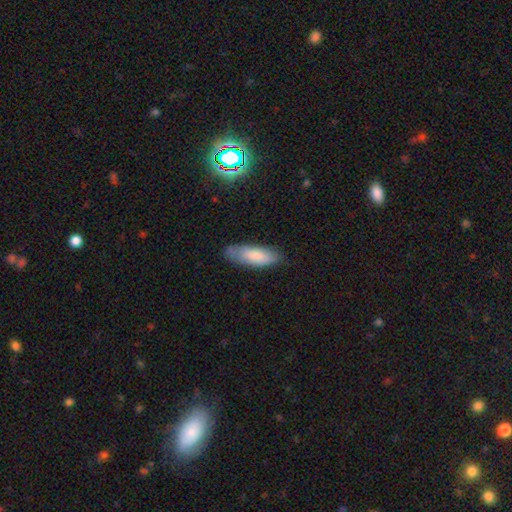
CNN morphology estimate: This appears to be a smooth galaxy with no disk features (80%) that is in between round and cigar-shaped (61%). Merging: none (70%).